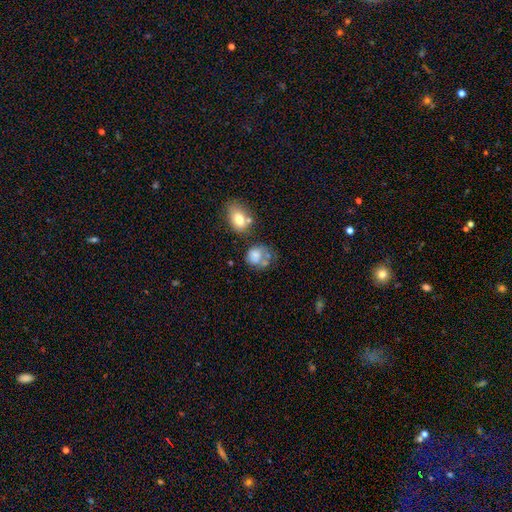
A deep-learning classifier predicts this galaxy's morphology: Q: Smooth or featured?
A: smooth (64%); runner-up: featured or disk (26%)
Q: How rounded?
A: round (53%); runner-up: in between (46%)
Q: Merging?
A: none (29%); runner-up: merger (26%)